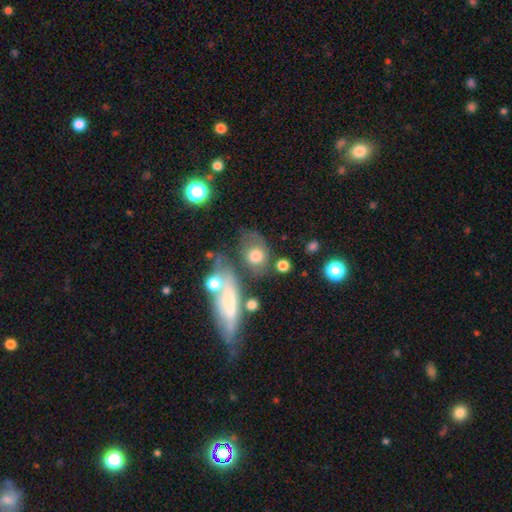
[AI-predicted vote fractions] Smooth or featured?
  - smooth: 65% *
  - featured or disk: 24%
  - star or artifact: 11%
How rounded?
  - round: 49% *
  - in between: 47%
  - cigar-shaped: 4%
Merging?
  - none: 45% *
  - minor disturbance: 20%
  - merger: 19%
  - major disturbance: 15%